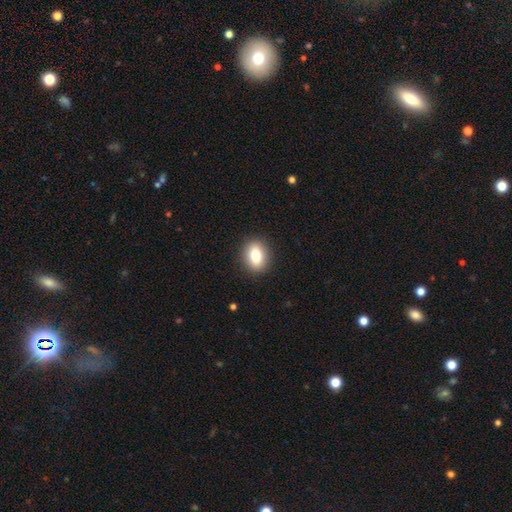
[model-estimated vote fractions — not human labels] smooth-or-featured: smooth: 81% | featured or disk: 10% | star or artifact: 9%
  how-rounded: in between: 66% | round: 32% | cigar-shaped: 2%
  merging: none: 90% | minor disturbance: 7% | major disturbance: 2% | merger: 1%